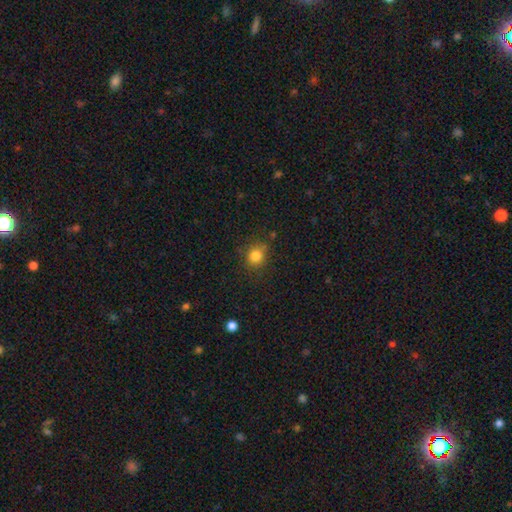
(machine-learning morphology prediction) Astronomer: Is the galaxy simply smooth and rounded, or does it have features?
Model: smooth — 82%.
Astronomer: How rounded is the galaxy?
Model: round — 84%.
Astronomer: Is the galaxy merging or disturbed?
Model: none — 77%.